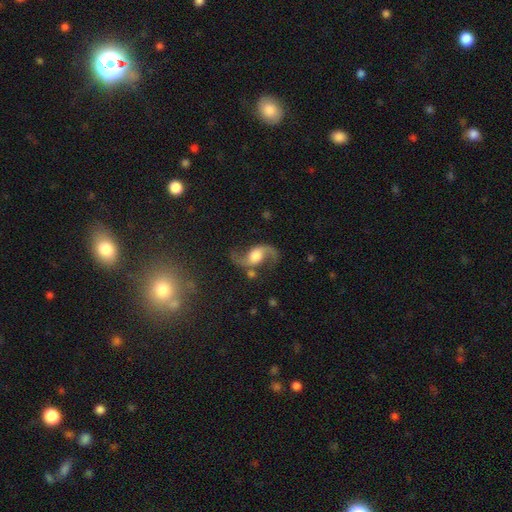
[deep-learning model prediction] This is clearly a featured or disk galaxy (89%). It is clearly not viewed edge-on (97%). Bar: possibly no (57%). Spiral arm pattern: clearly yes (97%). Spiral arm count: clearly 2 (94%). Spiral winding: likely loose (73%). Central bulge: marginally large (43%). Merging: likely none (75%).